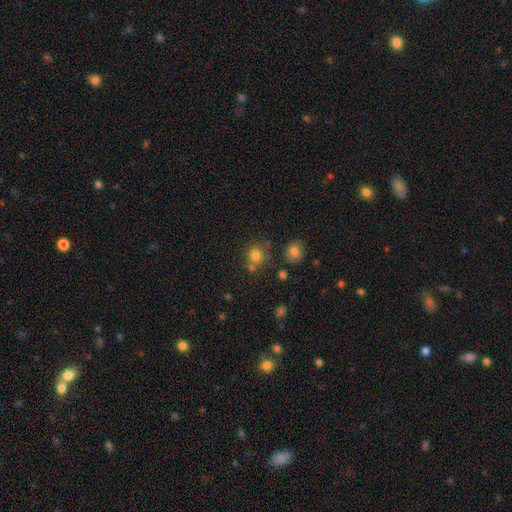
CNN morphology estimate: This is likely a smooth galaxy (78%). How rounded: clearly round (84%). Merging: likely none (65%).